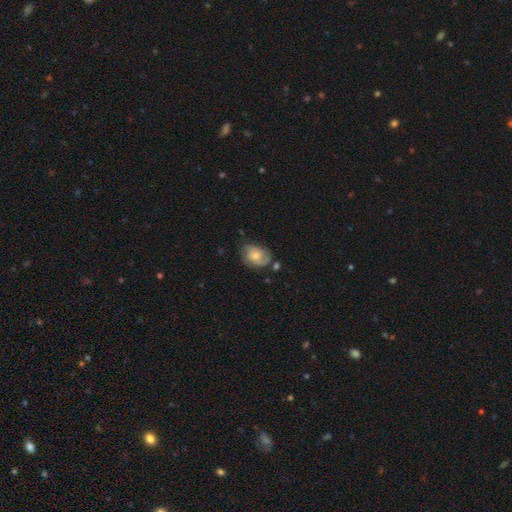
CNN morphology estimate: A featured or disk galaxy (48%).

Vote fractions:
- Smooth or featured? featured or disk: 48% / smooth: 44% / star or artifact: 8%
- Merging? none: 57% / minor disturbance: 29% / major disturbance: 9% / merger: 4%